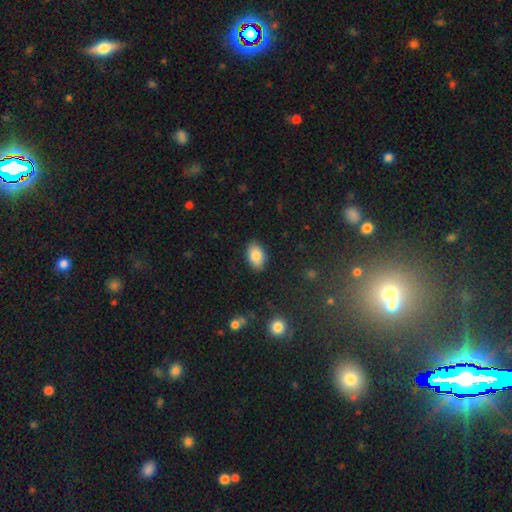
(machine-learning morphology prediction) type=smooth (84%); roundness=in between (90%); merging=none (87%).